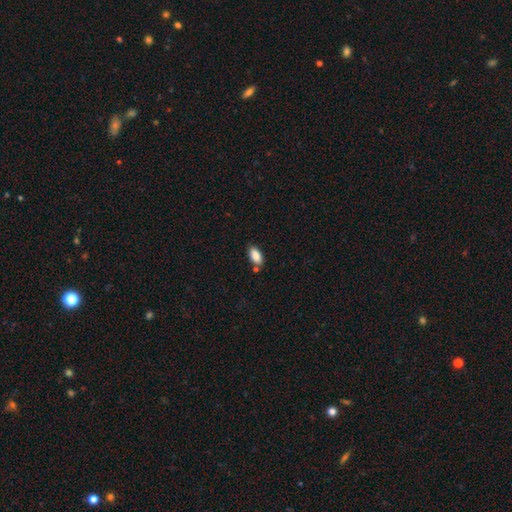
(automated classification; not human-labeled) Overall: smooth (87%). How rounded: in between (91%). Merging: none (77%).